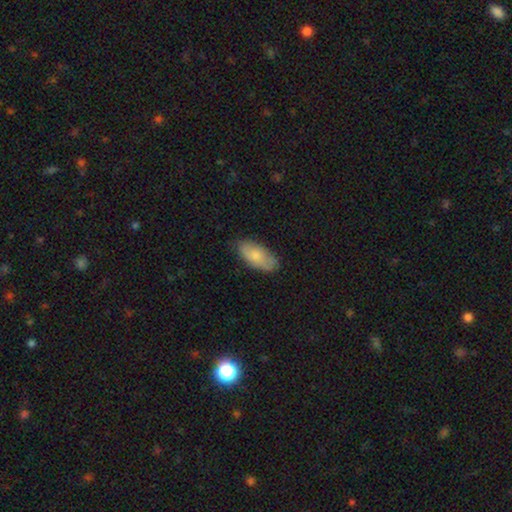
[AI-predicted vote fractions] The model was most divided on "merging": none: 76%, minor disturbance: 19%, major disturbance: 3%, merger: 1%. More confident: how rounded — in between (90%); smooth or featured — smooth (76%).